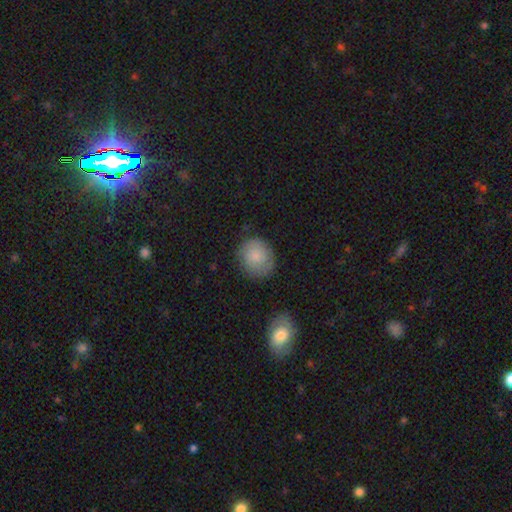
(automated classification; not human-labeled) Smooth or featured: smooth — 79% (featured or disk — 14%)
How rounded: round — 70% (in between — 29%)
Merging: none — 79% (minor disturbance — 15%)